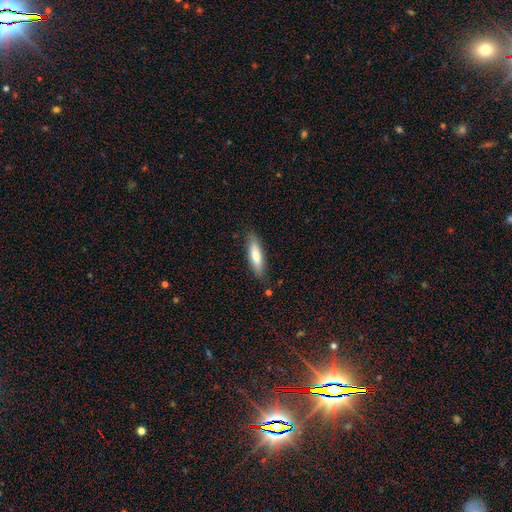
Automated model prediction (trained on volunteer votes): Smooth or featured: smooth — 76% (featured or disk — 19%)
How rounded: cigar-shaped — 66% (in between — 33%)
Merging: none — 84% (minor disturbance — 12%)